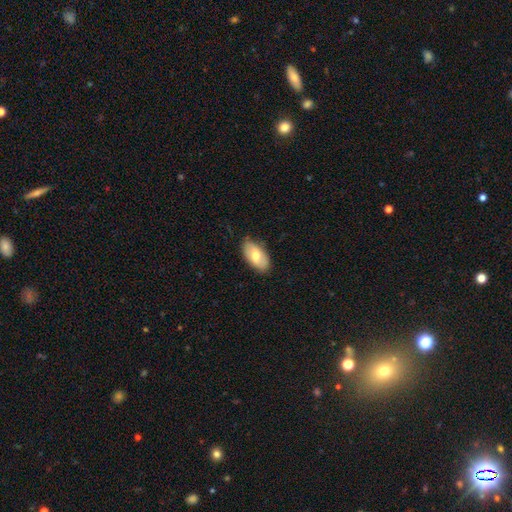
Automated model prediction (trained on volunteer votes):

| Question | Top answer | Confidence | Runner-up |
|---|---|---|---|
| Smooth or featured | smooth | 68% | featured or disk (27%) |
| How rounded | in between | 94% | round (3%) |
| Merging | none | 81% | minor disturbance (15%) |